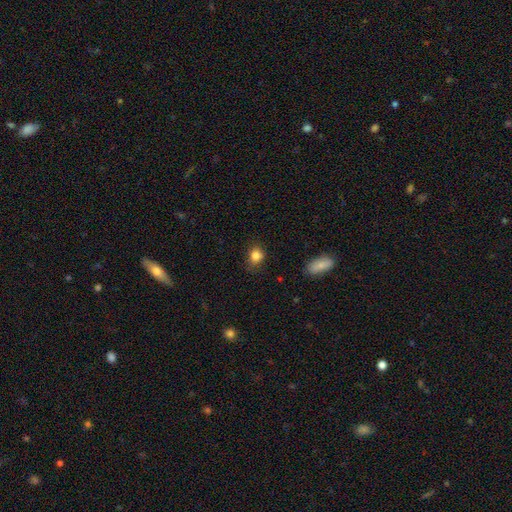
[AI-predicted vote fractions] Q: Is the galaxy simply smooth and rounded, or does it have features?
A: smooth — 84%.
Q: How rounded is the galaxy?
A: in between — 50%.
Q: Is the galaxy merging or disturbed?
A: none — 73%.